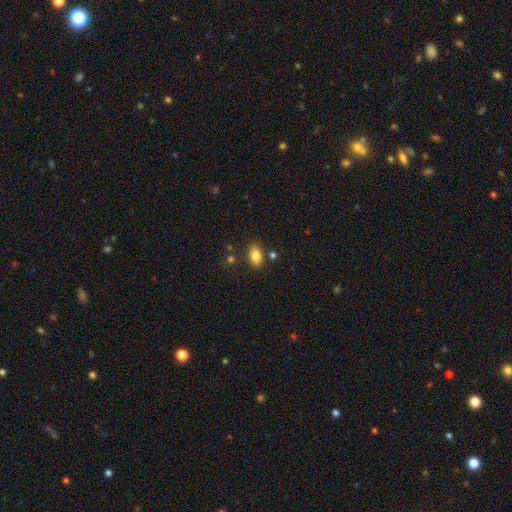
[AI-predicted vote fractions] The model was most divided on "merging": none: 81%, minor disturbance: 11%, merger: 5%, major disturbance: 3%. More confident: how rounded — in between (86%); smooth or featured — smooth (83%).